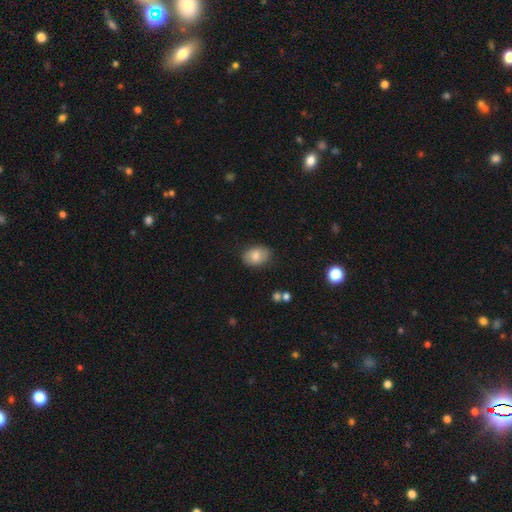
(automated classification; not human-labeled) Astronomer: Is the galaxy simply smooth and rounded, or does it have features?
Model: smooth — 79%.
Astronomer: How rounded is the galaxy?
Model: in between — 77%.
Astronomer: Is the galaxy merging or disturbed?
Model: none — 82%.